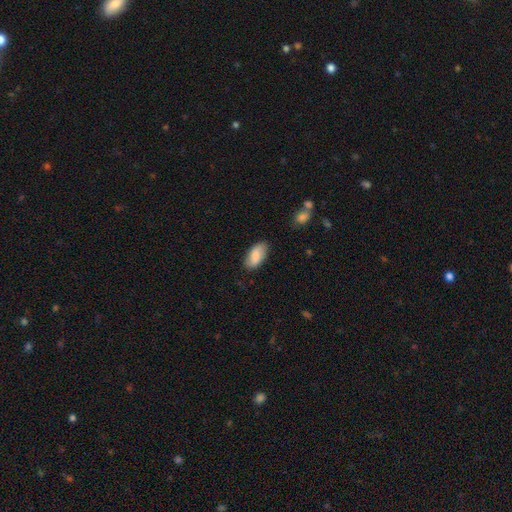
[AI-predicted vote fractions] Overall: smooth (84%). How rounded: in between (92%). Merging: none (83%).